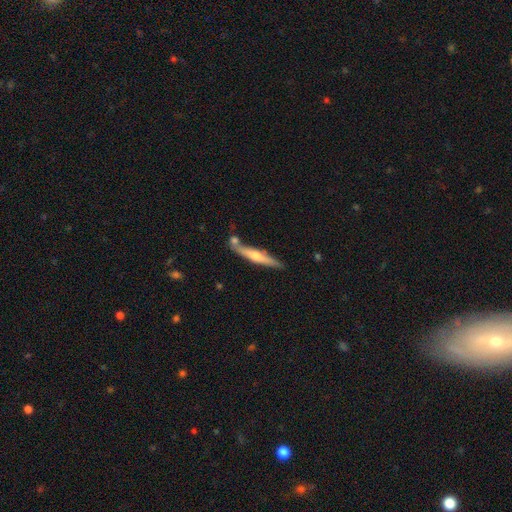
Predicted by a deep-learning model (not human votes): Smooth or featured? Predicted: featured or disk (p=0.54). Edge-on disk? Predicted: yes (p=0.94). Edge-on bulge? Predicted: rounded (p=0.81). Merging? Predicted: none (p=0.69).